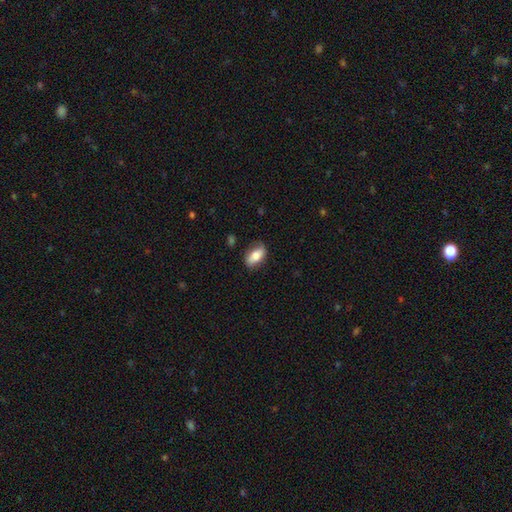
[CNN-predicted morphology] A smooth galaxy with no disk features (69%) that is in between round and cigar-shaped (89%). Merging: none (74%).